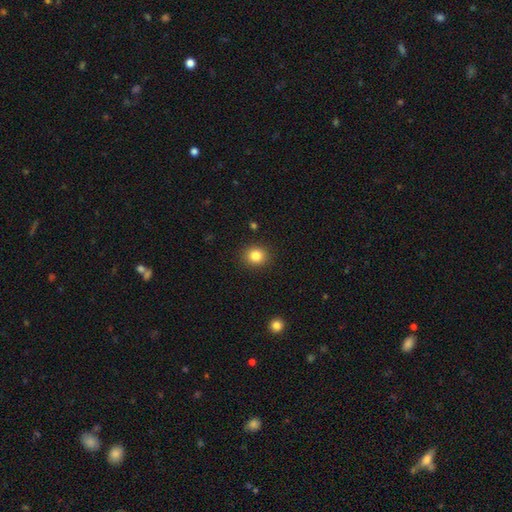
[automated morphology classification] smooth_or_featured: smooth (p=0.84) [alt: star or artifact p=0.11]
how_rounded: round (p=0.79) [alt: in between p=0.20]
merging: none (p=0.90) [alt: minor disturbance p=0.06]